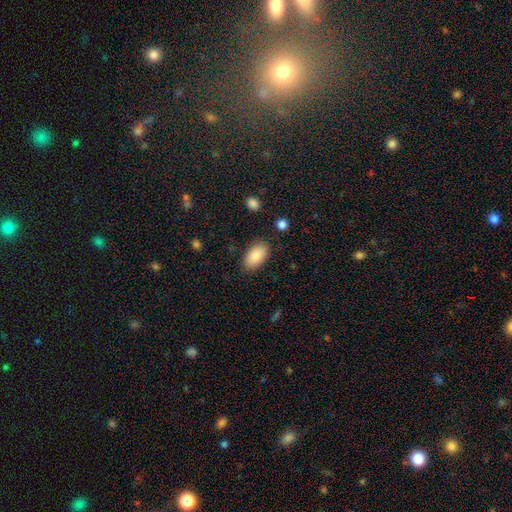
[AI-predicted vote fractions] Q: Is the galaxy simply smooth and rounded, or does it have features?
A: smooth — 85%.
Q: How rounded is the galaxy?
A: in between — 94%.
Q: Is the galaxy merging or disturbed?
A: none — 83%.